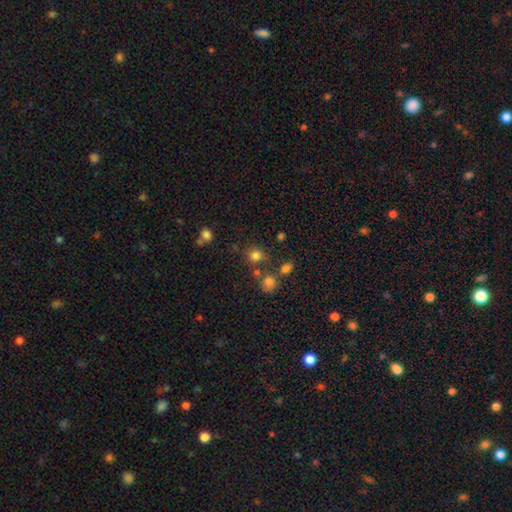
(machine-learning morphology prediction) smooth_or_featured: smooth (p=0.79) [alt: star or artifact p=0.15]
how_rounded: round (p=0.85) [alt: in between p=0.14]
merging: none (p=0.71) [alt: merger p=0.14]